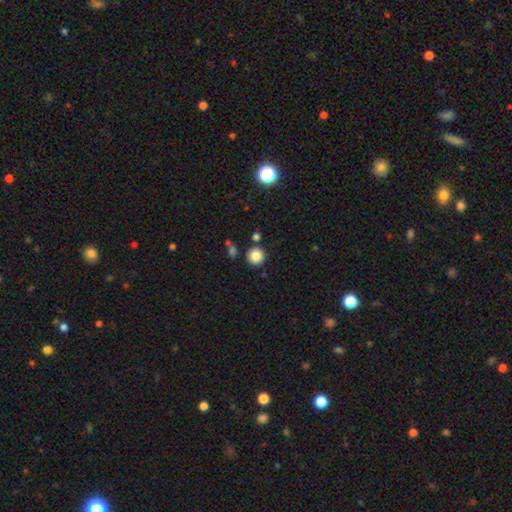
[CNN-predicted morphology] Overall: smooth (84%). How rounded: round (94%). Merging: none (85%).